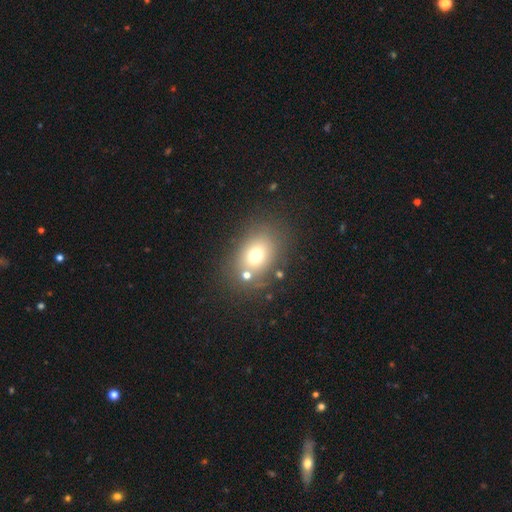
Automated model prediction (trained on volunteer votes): Smooth or featured? smooth (70%)
How rounded? in between (66%)
Merging? none (70%)